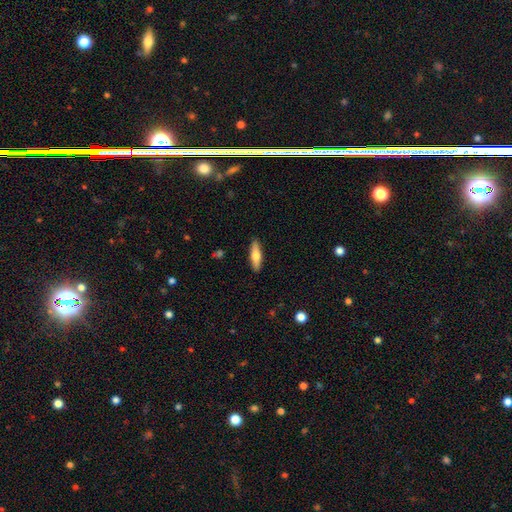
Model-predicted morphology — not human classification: smooth-or-featured: smooth: 66% | featured or disk: 28% | star or artifact: 6%
  how-rounded: cigar-shaped: 60% | in between: 38% | round: 2%
  merging: none: 89% | minor disturbance: 8% | major disturbance: 2% | merger: 1%